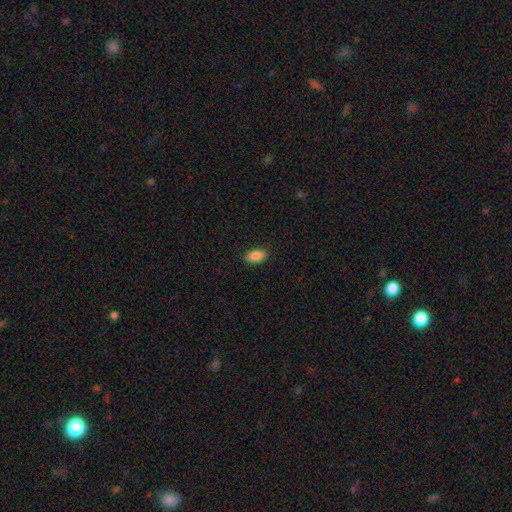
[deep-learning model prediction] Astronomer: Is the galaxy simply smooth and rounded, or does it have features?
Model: smooth — 89%.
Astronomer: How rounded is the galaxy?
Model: in between — 92%.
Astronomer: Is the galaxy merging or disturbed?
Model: none — 85%.